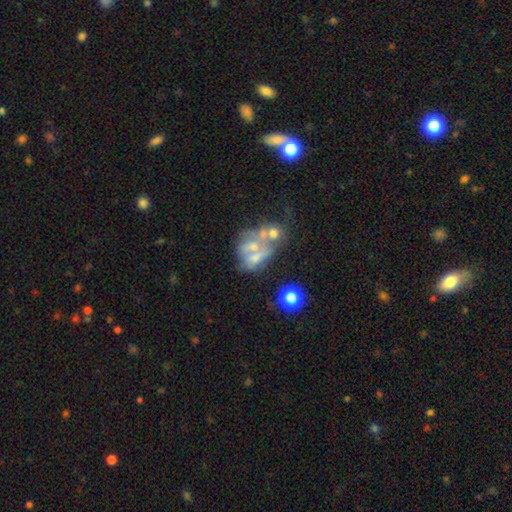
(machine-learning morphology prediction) smooth-or-featured: featured or disk: 53% | smooth: 30% | star or artifact: 17%
  disk-edge-on: no: 97% | yes: 3%
    bar: no: 85% | weak: 11% | strong: 4%
    has-spiral-arms: no: 87% | yes: 13%
    bulge-size: none: 40% | moderate: 28% | small: 25% | large: 5% | dominant: 2%
  merging: merger: 47% | major disturbance: 22% | none: 20% | minor disturbance: 12%